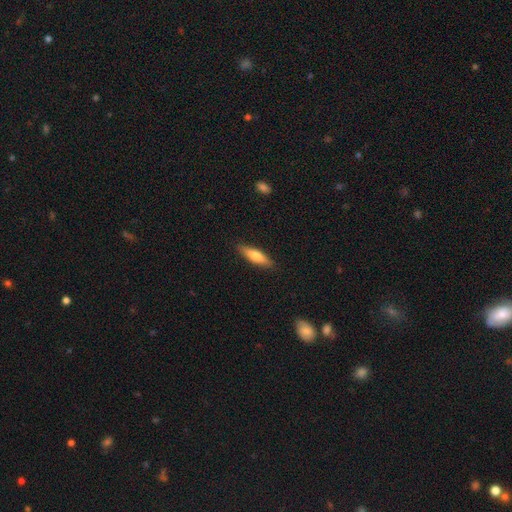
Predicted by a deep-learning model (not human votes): Q: Smooth or featured?
A: smooth (69%); runner-up: featured or disk (25%)
Q: How rounded?
A: cigar-shaped (64%); runner-up: in between (34%)
Q: Merging?
A: none (88%); runner-up: minor disturbance (9%)